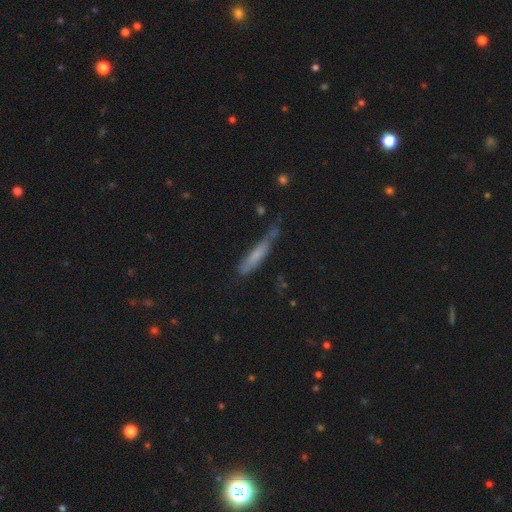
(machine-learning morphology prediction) Q: Smooth or featured?
A: smooth (66%); runner-up: featured or disk (26%)
Q: How rounded?
A: cigar-shaped (87%); runner-up: in between (11%)
Q: Merging?
A: none (45%); runner-up: minor disturbance (32%)